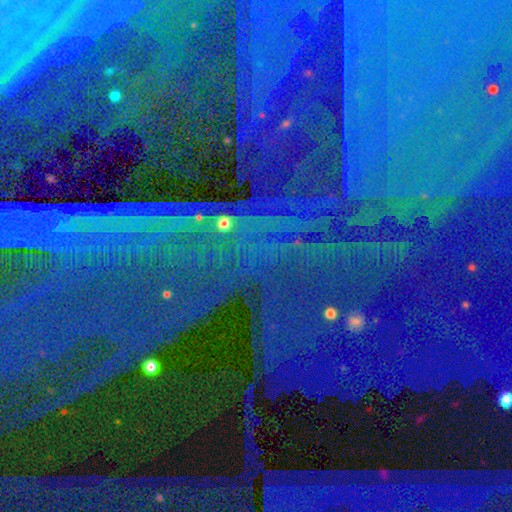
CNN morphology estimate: This is clearly a star or artifact rather than a galaxy (89%).